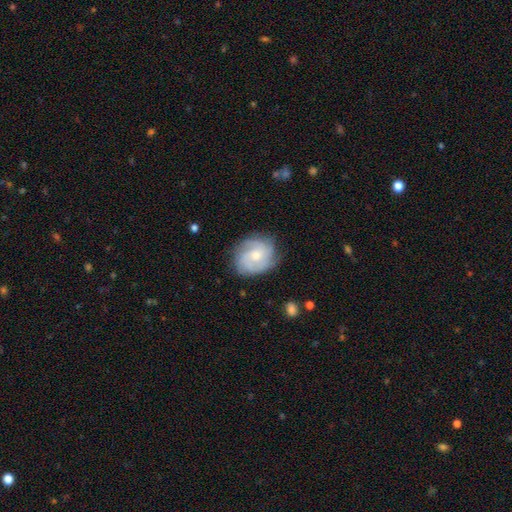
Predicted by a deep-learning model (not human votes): featured or disk 75%, smooth 19%, star or artifact 6%. Down the decision tree: edge-on disk — no (98%); bar — no (69%); spiral arms — yes (94%); spiral arm count — 3 (39%); spiral winding — tight (51%); bulge size — moderate (49%); merging — none (76%).